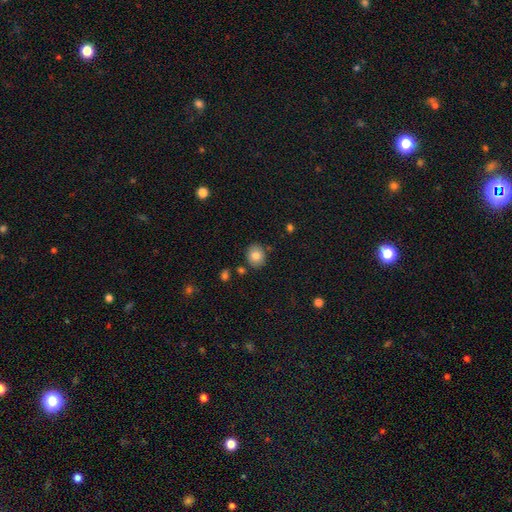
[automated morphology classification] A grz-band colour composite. It shows a smooth galaxy with no disk features (80%) that is round (74%). Merging: none (85%).